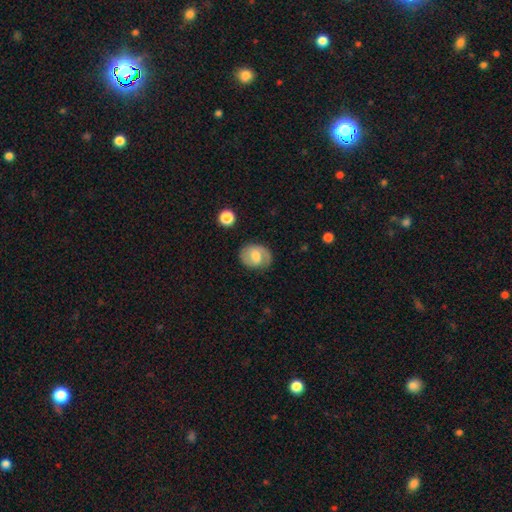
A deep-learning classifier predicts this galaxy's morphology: A smooth galaxy with no disk features (48%).

Vote fractions:
- Smooth or featured? smooth: 48% / featured or disk: 44% / star or artifact: 8%
- Merging? none: 72% / minor disturbance: 19% / major disturbance: 6% / merger: 2%